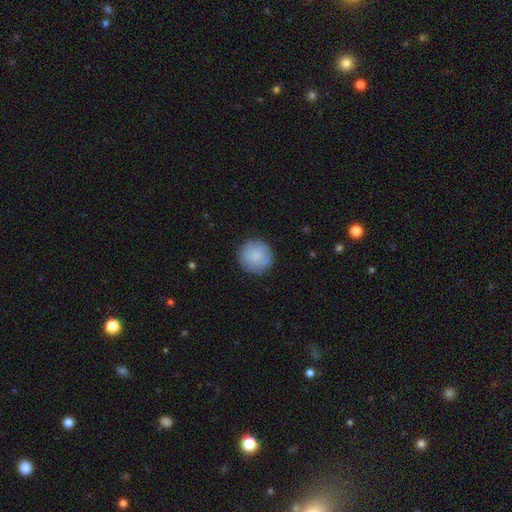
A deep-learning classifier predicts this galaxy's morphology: This appears to be a smooth galaxy with no disk features (82%) that is round (94%). Merging: none (85%).